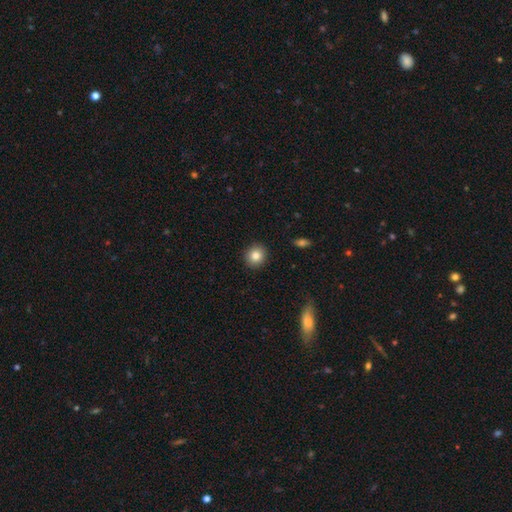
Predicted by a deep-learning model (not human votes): A smooth galaxy with no disk features (83%) that is round (87%).

Vote fractions:
- Smooth or featured? smooth: 83% / star or artifact: 10% / featured or disk: 8%
- How rounded? round: 87% / in between: 12% / cigar-shaped: 1%
- Merging? none: 92% / minor disturbance: 5% / major disturbance: 2% / merger: 1%